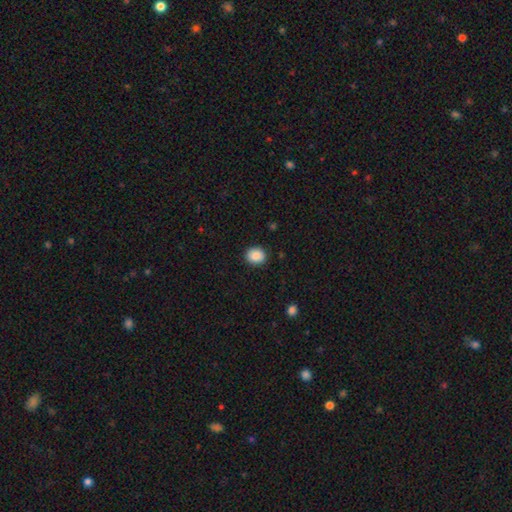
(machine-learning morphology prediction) This appears to be a smooth galaxy with no disk features (89%) that is round (68%). Merging: none (90%).